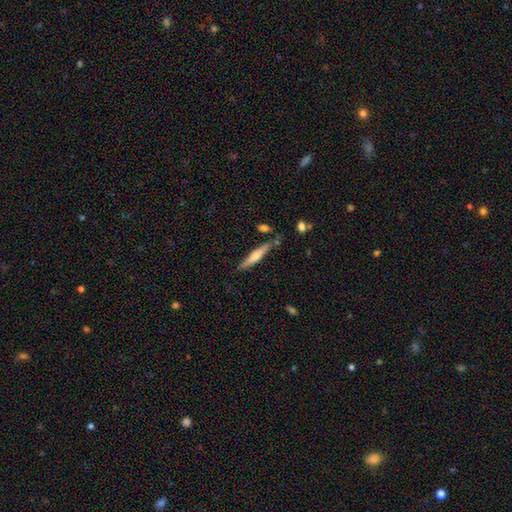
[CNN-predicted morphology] type=smooth (49%); merging=none (79%).